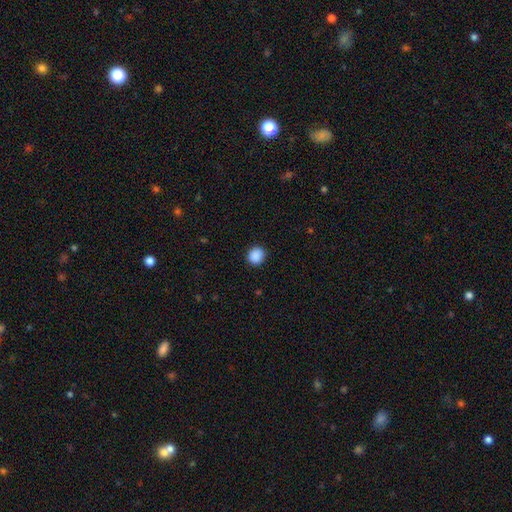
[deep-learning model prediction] Smooth or featured? smooth (89%)
How rounded? round (85%)
Merging? none (90%)